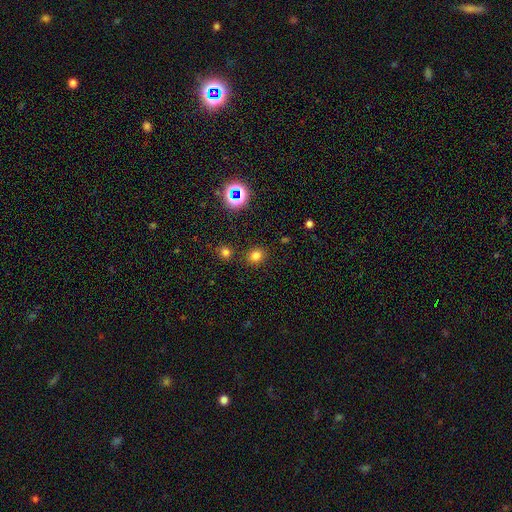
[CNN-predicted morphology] This appears to be a smooth galaxy with no disk features (75%) that is round (69%). Merging: none (86%).